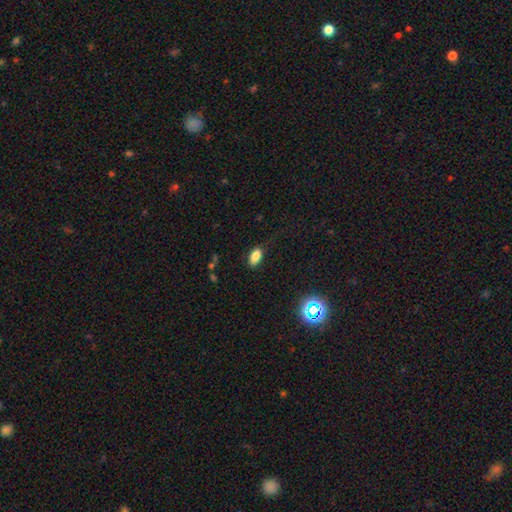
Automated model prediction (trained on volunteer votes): Overall: smooth (83%). How rounded: in between (91%). Merging: none (77%).